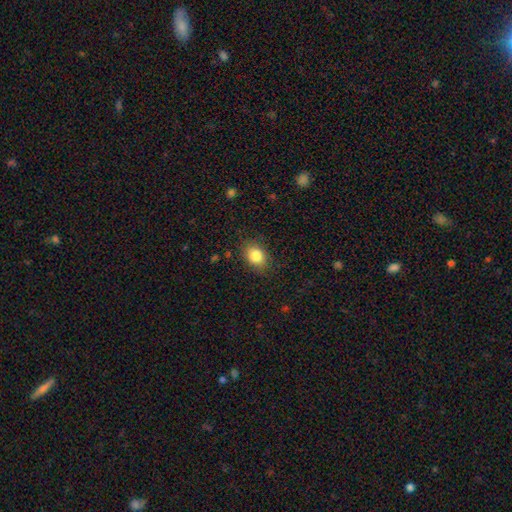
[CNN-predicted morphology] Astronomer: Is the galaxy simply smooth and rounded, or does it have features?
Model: smooth — 85%.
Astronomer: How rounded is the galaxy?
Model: in between — 61% (runner-up: round, 38%).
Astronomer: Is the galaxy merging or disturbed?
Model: none — 84%.